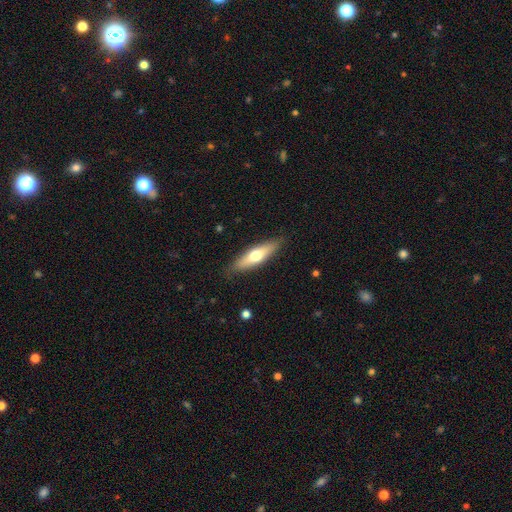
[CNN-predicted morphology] A smooth galaxy with no disk features (56%) that is cigar-shaped (63%).

Vote fractions:
- Smooth or featured? smooth: 56% / featured or disk: 38% / star or artifact: 5%
- How rounded? cigar-shaped: 63% / in between: 35% / round: 2%
- Merging? none: 87% / minor disturbance: 10% / major disturbance: 2% / merger: 1%